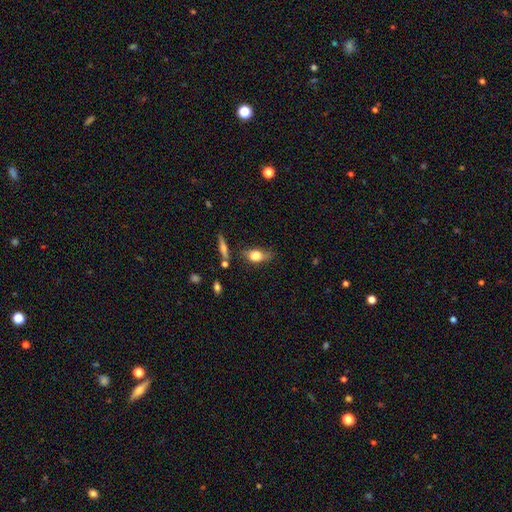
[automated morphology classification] Smooth or featured?
  - smooth: 71% *
  - featured or disk: 20%
  - star or artifact: 9%
How rounded?
  - in between: 78% *
  - round: 12%
  - cigar-shaped: 9%
Merging?
  - none: 58% *
  - minor disturbance: 27%
  - major disturbance: 9%
  - merger: 6%